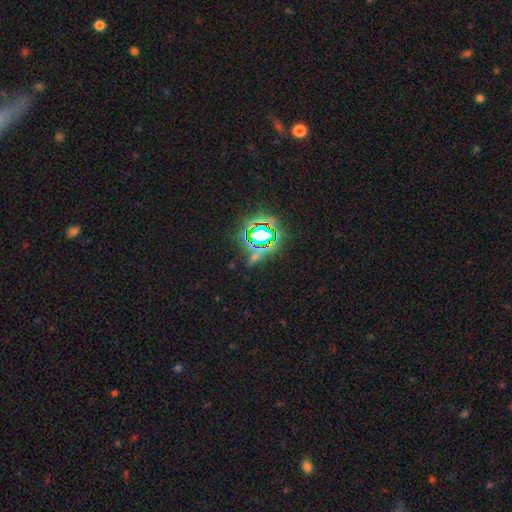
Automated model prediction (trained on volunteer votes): Smooth or featured: star or artifact — 69% (smooth — 20%)